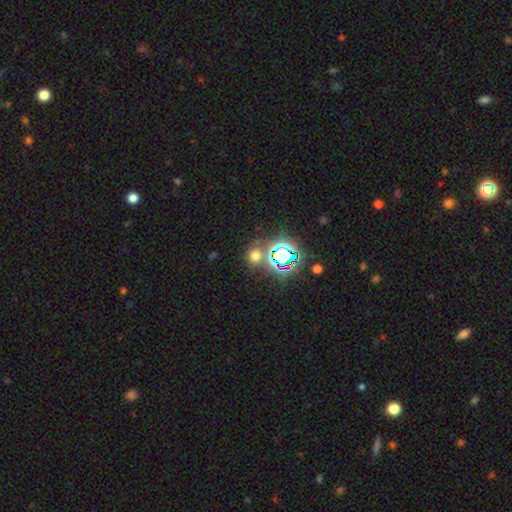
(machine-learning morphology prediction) A smooth galaxy with no disk features (52%) that is round (79%). Merging: none (75%).